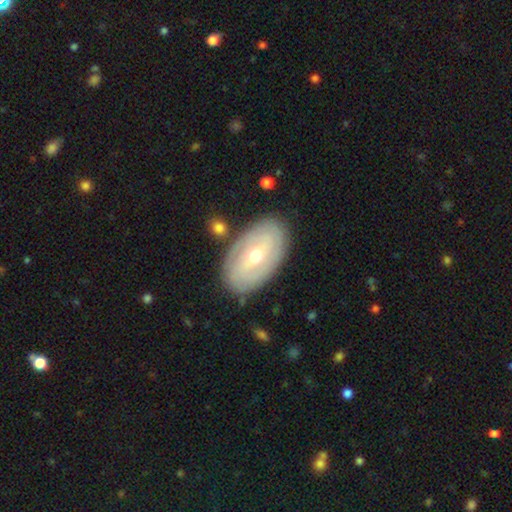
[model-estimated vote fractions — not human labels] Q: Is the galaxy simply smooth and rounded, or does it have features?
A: featured or disk — 73%.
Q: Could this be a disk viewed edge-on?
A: no — 94%.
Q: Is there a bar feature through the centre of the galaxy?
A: weak — 47%.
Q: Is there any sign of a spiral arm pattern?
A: yes — 78%.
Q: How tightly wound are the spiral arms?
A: tight — 70%.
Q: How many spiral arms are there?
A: can't tell — 42%.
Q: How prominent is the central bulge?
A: moderate — 56%.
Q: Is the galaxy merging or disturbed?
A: none — 84%.